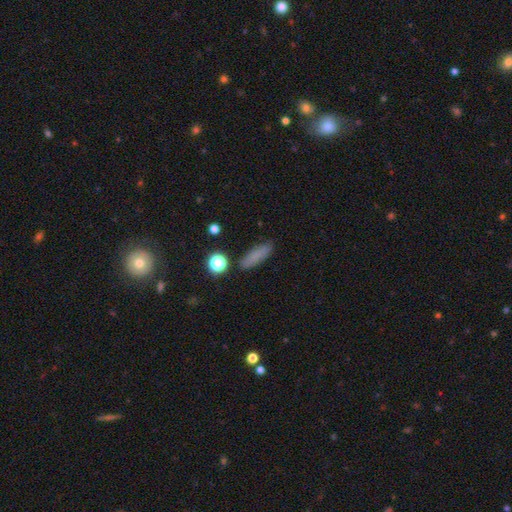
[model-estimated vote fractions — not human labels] Smooth or featured?
  - smooth: 79% *
  - star or artifact: 12%
  - featured or disk: 9%
How rounded?
  - cigar-shaped: 57% *
  - in between: 38%
  - round: 4%
Merging?
  - none: 83% *
  - minor disturbance: 11%
  - major disturbance: 3%
  - merger: 3%